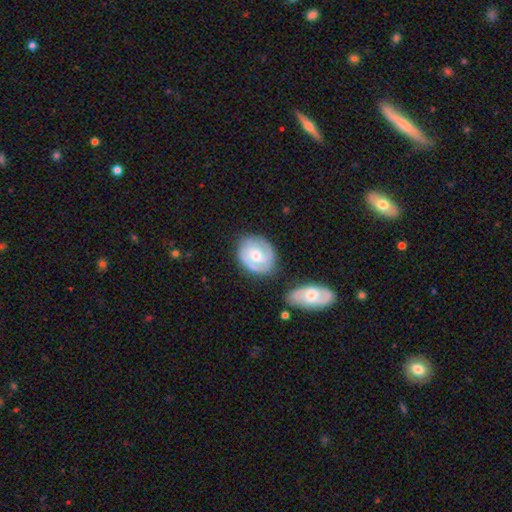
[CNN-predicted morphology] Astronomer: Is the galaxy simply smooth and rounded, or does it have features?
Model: featured or disk — 74%.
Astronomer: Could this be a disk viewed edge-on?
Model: no — 97%.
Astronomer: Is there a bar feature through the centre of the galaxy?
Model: no — 56% (runner-up: weak, 36%).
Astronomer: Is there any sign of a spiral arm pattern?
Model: yes — 91%.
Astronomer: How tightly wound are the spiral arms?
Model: tight — 53% (runner-up: medium, 37%).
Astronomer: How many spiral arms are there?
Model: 2 — 68%.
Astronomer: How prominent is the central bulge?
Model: moderate — 75%.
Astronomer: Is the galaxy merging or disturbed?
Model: none — 73%.